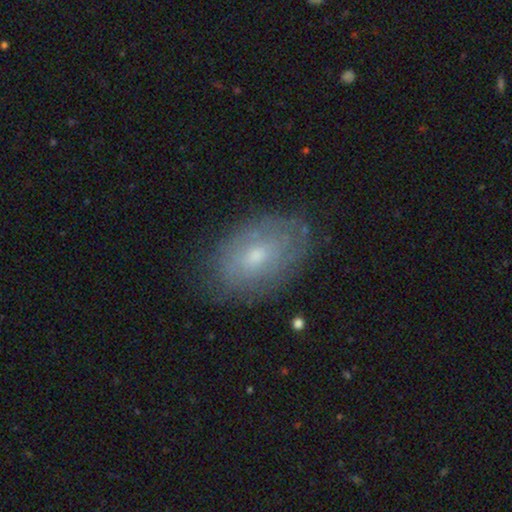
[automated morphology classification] Q: Smooth or featured?
A: featured or disk (49%); runner-up: smooth (43%)
Q: Merging?
A: none (76%); runner-up: minor disturbance (18%)